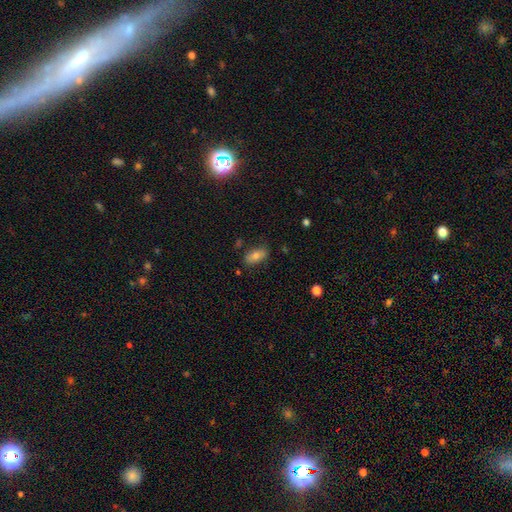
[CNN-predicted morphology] The model was most divided on "smooth or featured": smooth: 74%, featured or disk: 16%, star or artifact: 9%. More confident: how rounded — in between (88%); merging — none (80%).